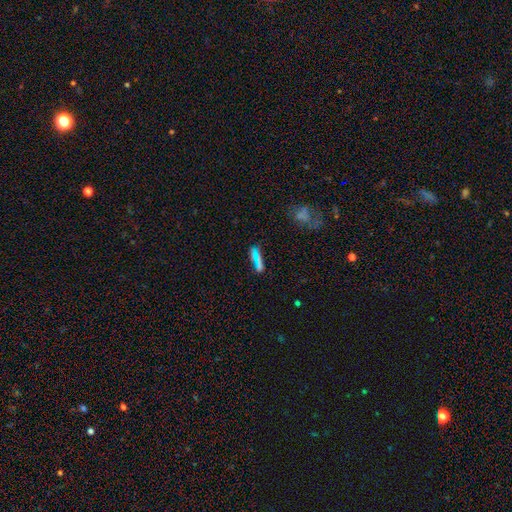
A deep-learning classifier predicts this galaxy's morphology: smooth_or_featured: smooth (p=0.46) [alt: star or artifact p=0.30]
merging: none (p=0.42) [alt: merger p=0.24]